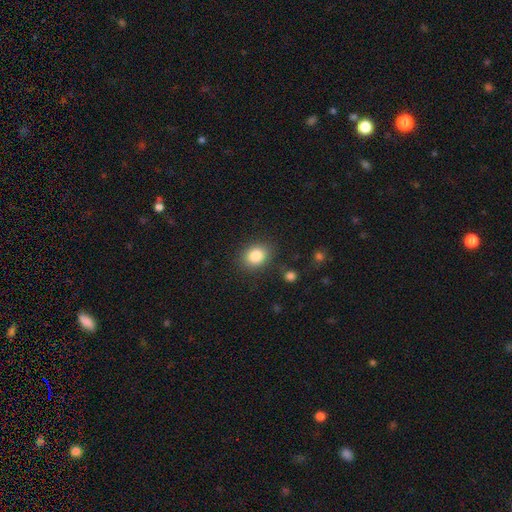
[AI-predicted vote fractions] Morphology: type=smooth (84%); roundness=round (50%); merging=none (84%).